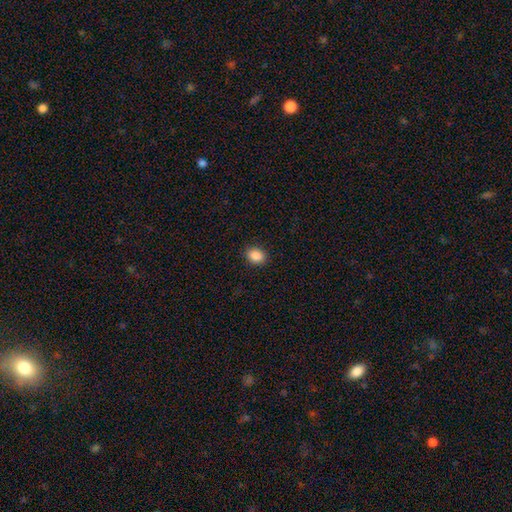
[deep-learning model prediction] The model was most divided on "how rounded": in between: 61%, round: 38%, cigar-shaped: 1%. More confident: merging — none (90%); smooth or featured — smooth (88%).